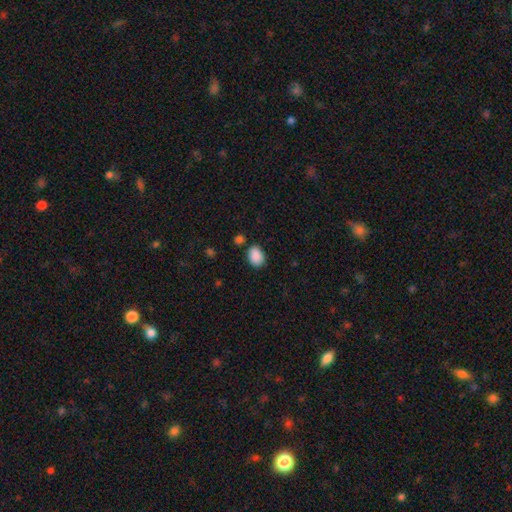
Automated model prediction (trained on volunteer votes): smooth-or-featured: smooth: 89% | star or artifact: 8% | featured or disk: 3%
  how-rounded: in between: 70% | round: 29% | cigar-shaped: 1%
  merging: none: 78% | minor disturbance: 14% | merger: 5% | major disturbance: 3%